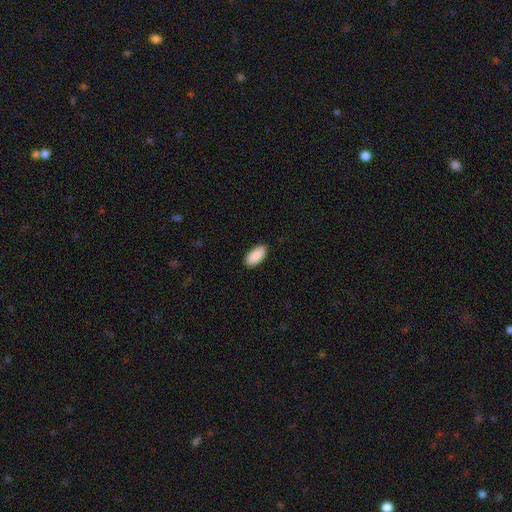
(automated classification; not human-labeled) A smooth galaxy with no disk features (91%) that is in between round and cigar-shaped (94%).

Vote fractions:
- Smooth or featured? smooth: 91% / star or artifact: 6% / featured or disk: 3%
- How rounded? in between: 94% / cigar-shaped: 4% / round: 2%
- Merging? none: 89% / minor disturbance: 8% / major disturbance: 2% / merger: 1%